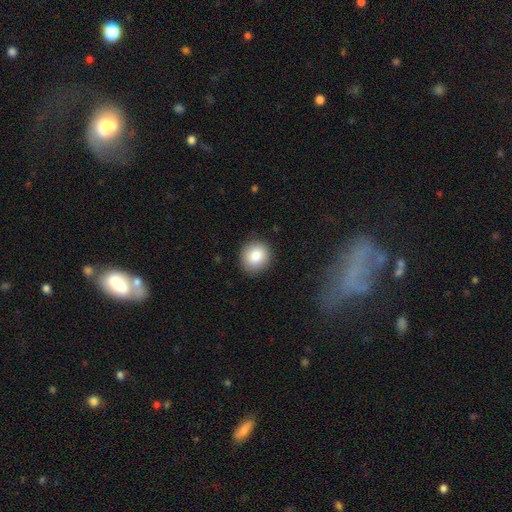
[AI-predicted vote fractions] This appears to be a smooth galaxy with no disk features (85%) that is round (80%). Merging: none (88%).